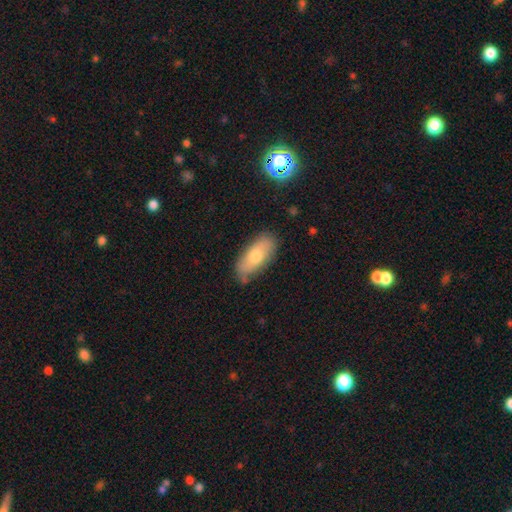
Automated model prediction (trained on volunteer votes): Smooth or featured: smooth — 67% (featured or disk — 25%)
How rounded: in between — 84% (cigar-shaped — 13%)
Merging: none — 77% (minor disturbance — 18%)